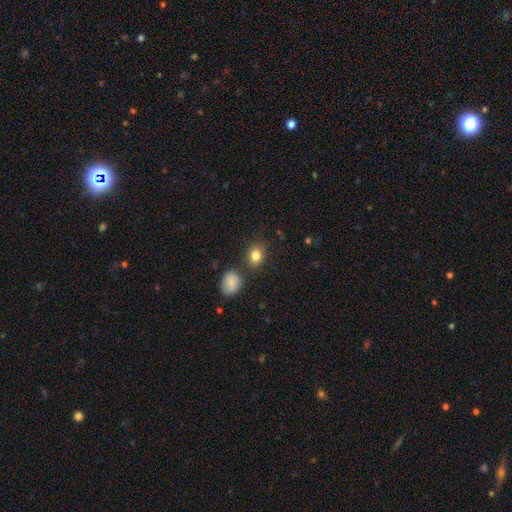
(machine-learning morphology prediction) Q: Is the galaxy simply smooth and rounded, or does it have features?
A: smooth — 83%.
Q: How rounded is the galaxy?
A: round — 51%.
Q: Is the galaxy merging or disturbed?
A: none — 77%.